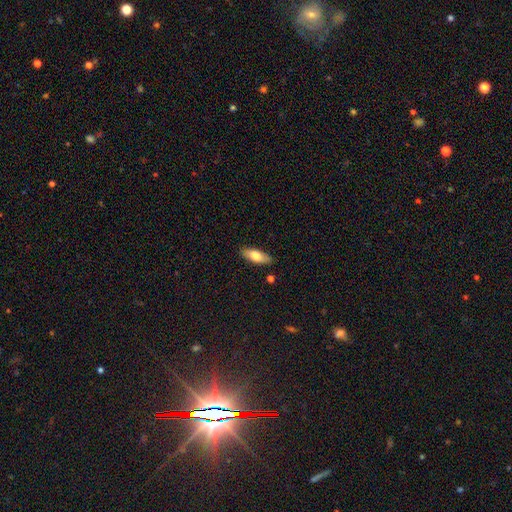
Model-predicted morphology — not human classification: Overall: smooth (74%). How rounded: in between (72%). Merging: none (85%).